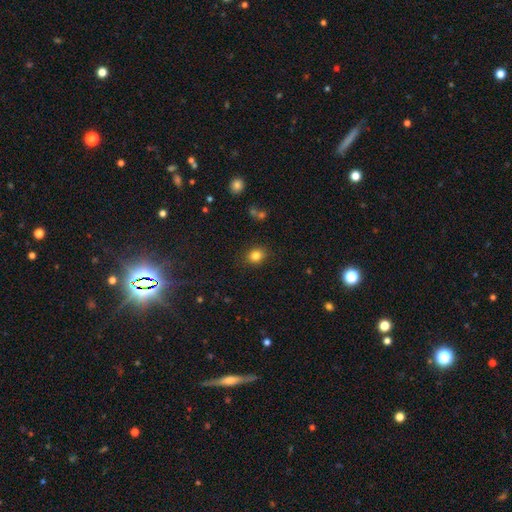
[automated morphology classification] A smooth galaxy with no disk features (83%) that is round (65%).

Vote fractions:
- Smooth or featured? smooth: 83% / star or artifact: 11% / featured or disk: 6%
- How rounded? round: 65% / in between: 35% / cigar-shaped: 1%
- Merging? none: 87% / minor disturbance: 9% / major disturbance: 3% / merger: 1%